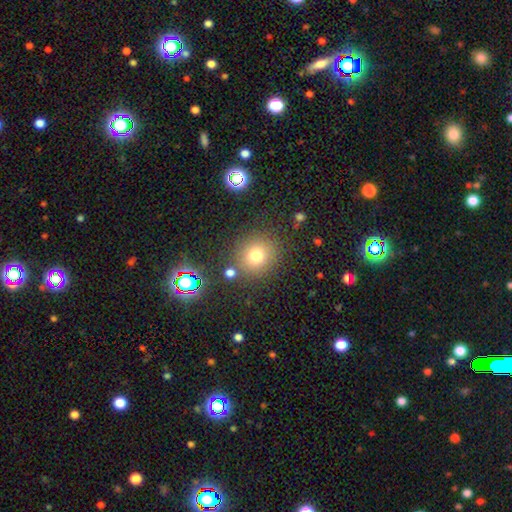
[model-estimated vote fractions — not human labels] A smooth galaxy with no disk features (73%) that is round (88%).

Vote fractions:
- Smooth or featured? smooth: 73% / star or artifact: 18% / featured or disk: 9%
- How rounded? round: 88% / in between: 11% / cigar-shaped: 1%
- Merging? none: 82% / minor disturbance: 9% / merger: 5% / major disturbance: 4%